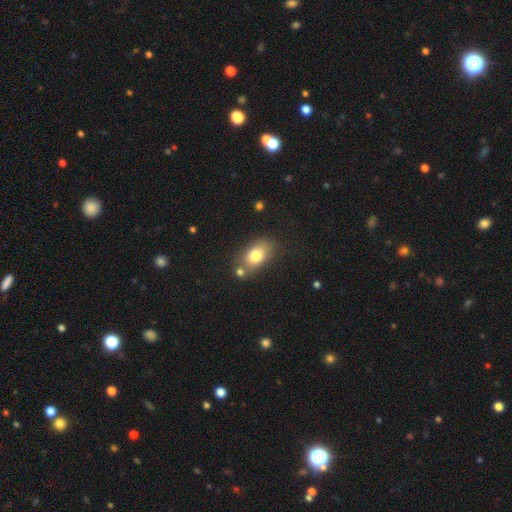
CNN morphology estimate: A smooth galaxy with no disk features (78%) that is in between round and cigar-shaped (83%). Merging: none (67%).